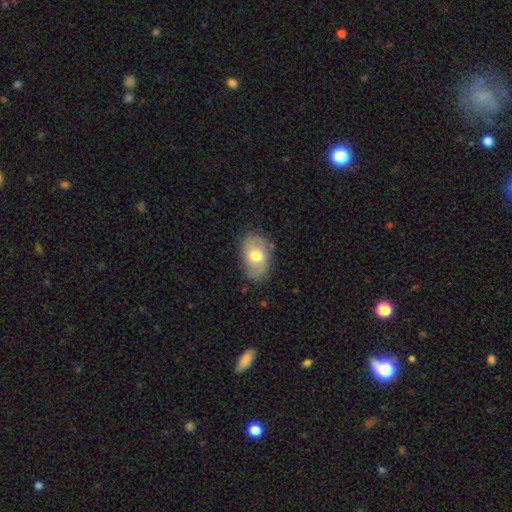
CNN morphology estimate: A smooth galaxy with no disk features (57%) that is in between round and cigar-shaped (85%). Merging: none (71%).